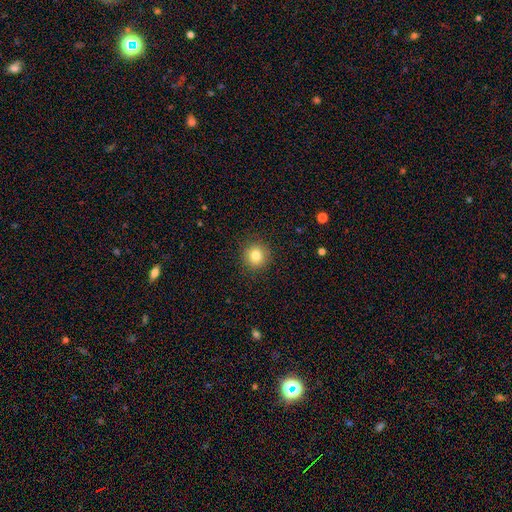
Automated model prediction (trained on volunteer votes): Q: Smooth or featured?
A: smooth (82%); runner-up: star or artifact (11%)
Q: How rounded?
A: round (93%); runner-up: in between (6%)
Q: Merging?
A: none (90%); runner-up: minor disturbance (7%)